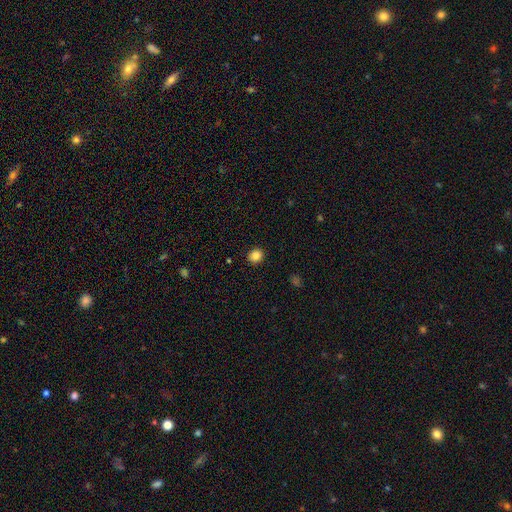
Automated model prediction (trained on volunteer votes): smooth_or_featured: smooth (p=0.84) [alt: star or artifact p=0.11]
how_rounded: round (p=0.81) [alt: in between p=0.18]
merging: none (p=0.92) [alt: minor disturbance p=0.06]